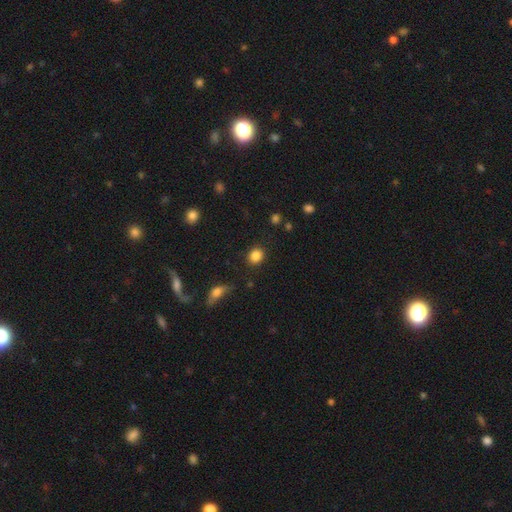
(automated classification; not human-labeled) The model was most divided on "how rounded": round: 68%, in between: 31%, cigar-shaped: 1%. More confident: merging — none (87%); smooth or featured — smooth (86%).